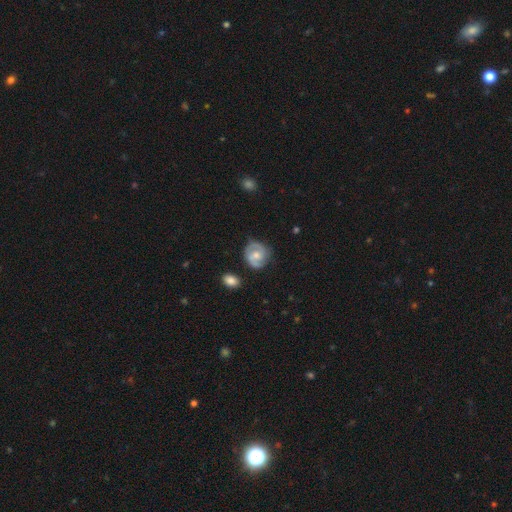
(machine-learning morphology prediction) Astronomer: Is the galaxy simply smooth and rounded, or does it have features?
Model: featured or disk — 69%.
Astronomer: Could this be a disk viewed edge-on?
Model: no — 98%.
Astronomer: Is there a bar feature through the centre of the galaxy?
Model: no — 50% (runner-up: weak, 41%).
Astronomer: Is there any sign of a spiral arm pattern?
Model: yes — 89%.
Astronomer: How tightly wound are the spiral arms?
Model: medium — 44% (runner-up: tight, 41%).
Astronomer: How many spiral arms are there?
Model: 2 — 80%.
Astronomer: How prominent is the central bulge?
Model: moderate — 56% (runner-up: small, 36%).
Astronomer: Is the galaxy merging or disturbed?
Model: none — 72%.